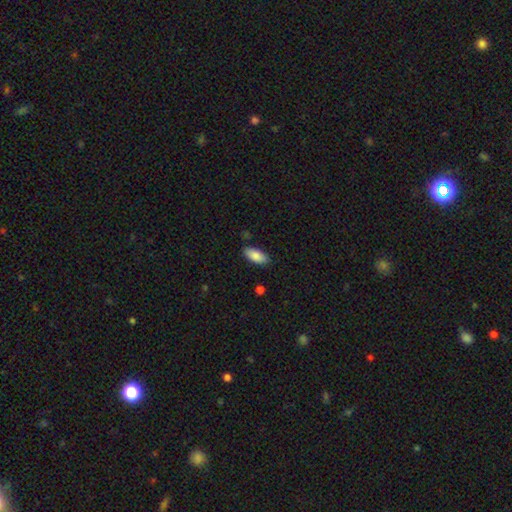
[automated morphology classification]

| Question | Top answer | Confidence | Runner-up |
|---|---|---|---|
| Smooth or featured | smooth | 86% | featured or disk (8%) |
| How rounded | in between | 90% | cigar-shaped (8%) |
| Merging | none | 84% | minor disturbance (12%) |